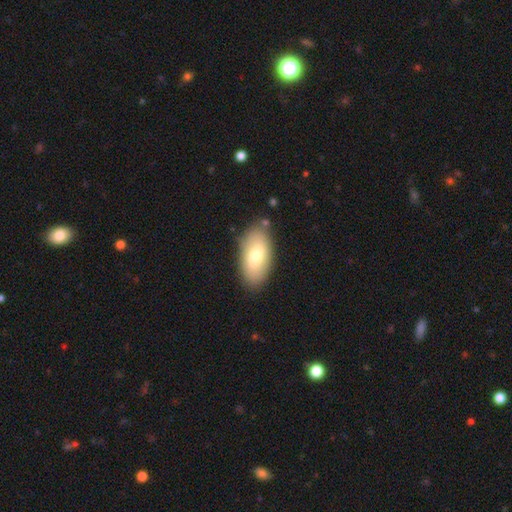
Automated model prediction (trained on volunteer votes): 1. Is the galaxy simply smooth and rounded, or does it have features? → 74% smooth, 20% featured or disk, 7% star or artifact.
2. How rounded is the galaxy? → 92% in between, 5% cigar-shaped, 3% round.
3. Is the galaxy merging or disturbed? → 83% none, 12% minor disturbance, 3% major disturbance, 3% merger.